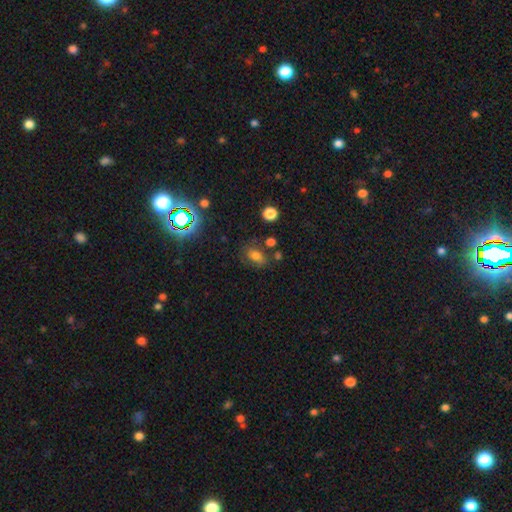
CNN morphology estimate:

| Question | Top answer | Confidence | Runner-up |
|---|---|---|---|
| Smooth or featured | smooth | 69% | star or artifact (19%) |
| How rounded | in between | 80% | round (17%) |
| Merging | none | 66% | minor disturbance (19%) |